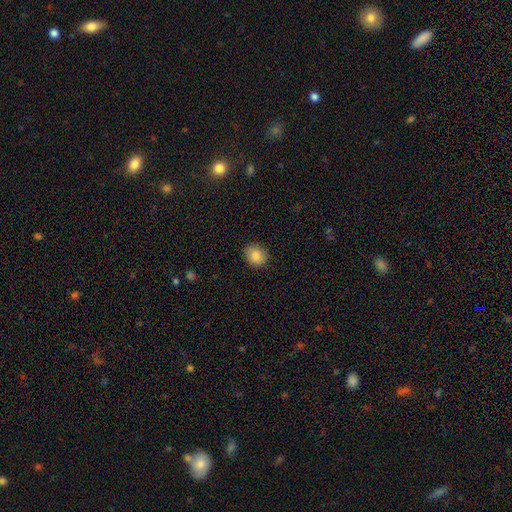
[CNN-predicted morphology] This appears to be a smooth galaxy with no disk features (85%) that is round (65%). Merging: none (88%).